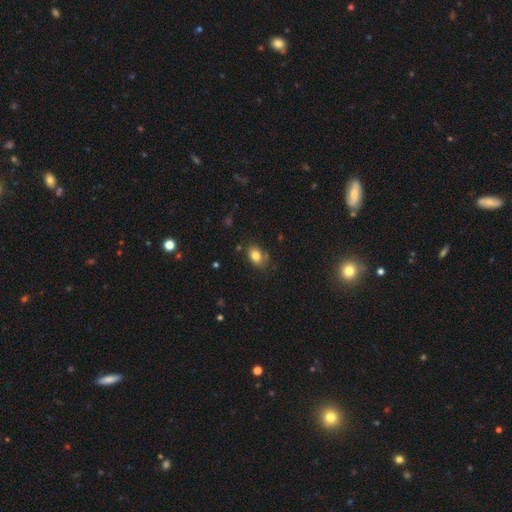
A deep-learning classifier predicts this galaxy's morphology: Overall: smooth (80%). How rounded: in between (80%). Merging: none (72%).